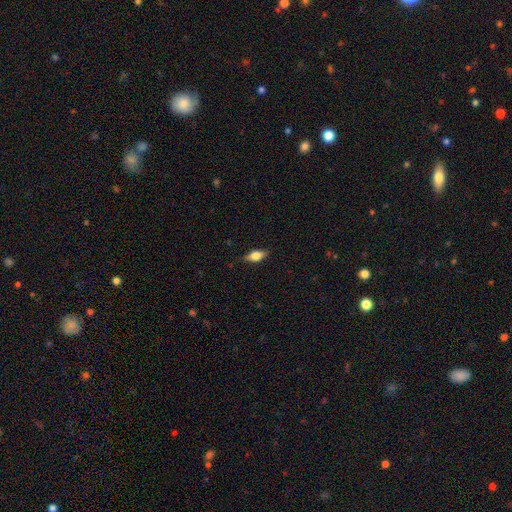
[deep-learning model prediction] Smooth or featured? smooth (63%)
How rounded? in between (80%)
Merging? none (81%)